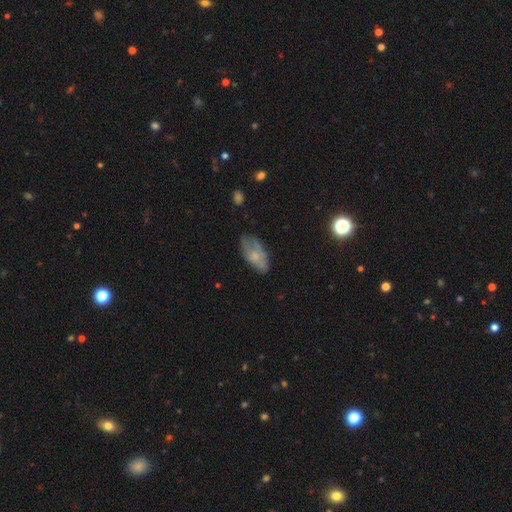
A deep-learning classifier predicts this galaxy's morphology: Smooth or featured? Predicted: smooth (p=0.55). How rounded? Predicted: in between (p=0.92). Merging? Predicted: none (p=0.57).